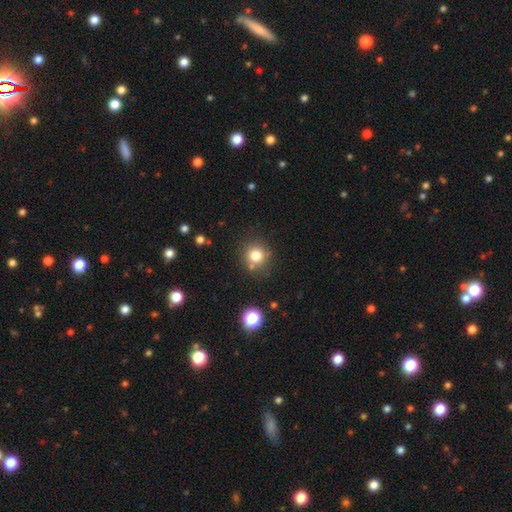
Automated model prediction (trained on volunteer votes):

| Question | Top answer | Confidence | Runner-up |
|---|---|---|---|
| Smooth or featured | smooth | 78% | star or artifact (14%) |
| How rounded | round | 91% | in between (8%) |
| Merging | none | 78% | minor disturbance (11%) |